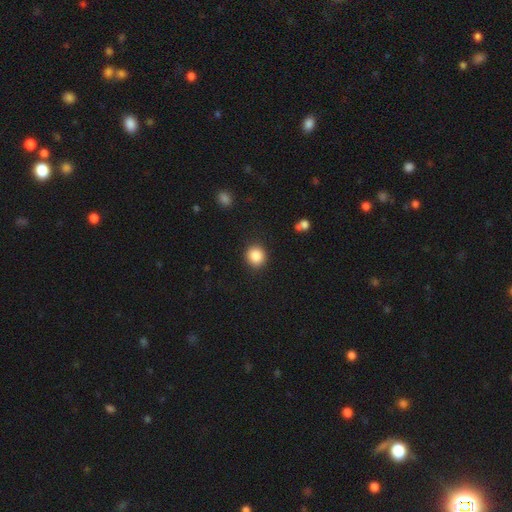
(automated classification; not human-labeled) smooth-or-featured: smooth: 86% | star or artifact: 9% | featured or disk: 4%
  how-rounded: round: 87% | in between: 12% | cigar-shaped: 1%
  merging: none: 90% | minor disturbance: 6% | major disturbance: 2% | merger: 1%